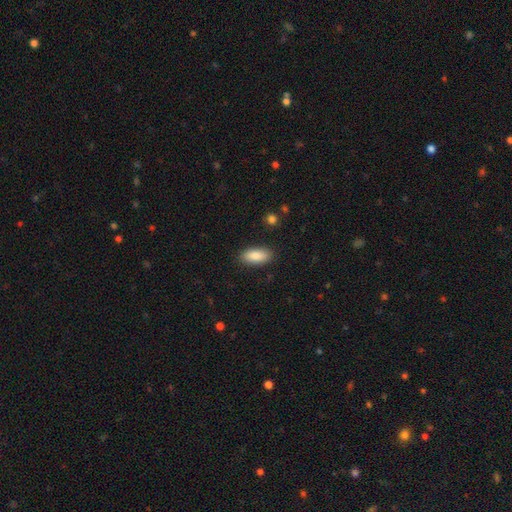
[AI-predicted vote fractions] Overall: smooth (87%). How rounded: in between (86%). Merging: none (88%).